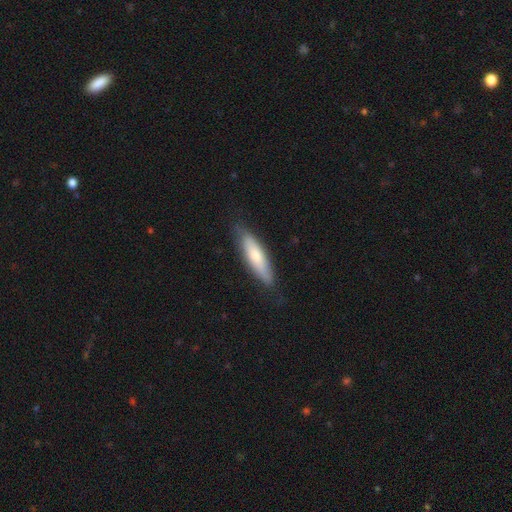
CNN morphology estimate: This appears to be a smooth galaxy with no disk features (68%) that is cigar-shaped (65%). Merging: none (81%).